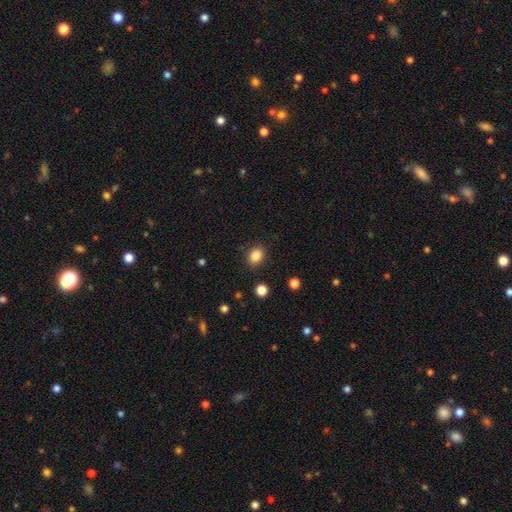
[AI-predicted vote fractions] Smooth or featured: smooth — 85% (star or artifact — 10%)
How rounded: in between — 56% (round — 43%)
Merging: none — 87% (minor disturbance — 9%)